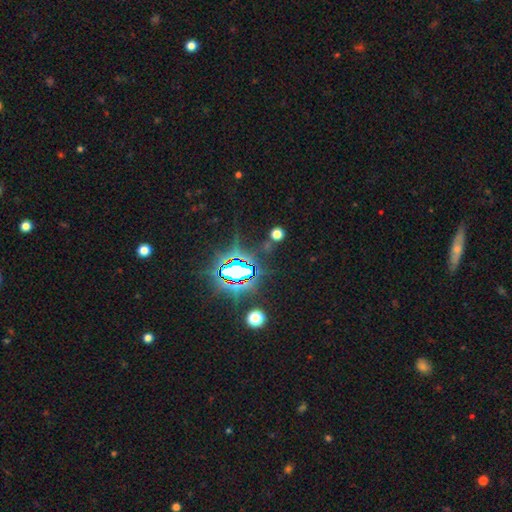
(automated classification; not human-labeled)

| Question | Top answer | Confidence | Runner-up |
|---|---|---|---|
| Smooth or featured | star or artifact | 83% | smooth (9%) |